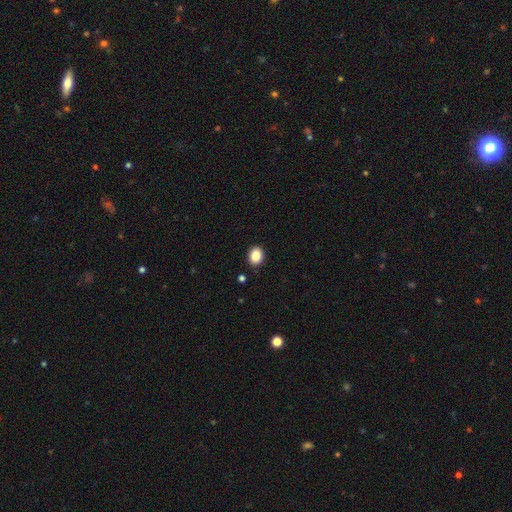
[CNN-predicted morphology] Smooth or featured? smooth (86%)
How rounded? in between (56%)
Merging? none (90%)